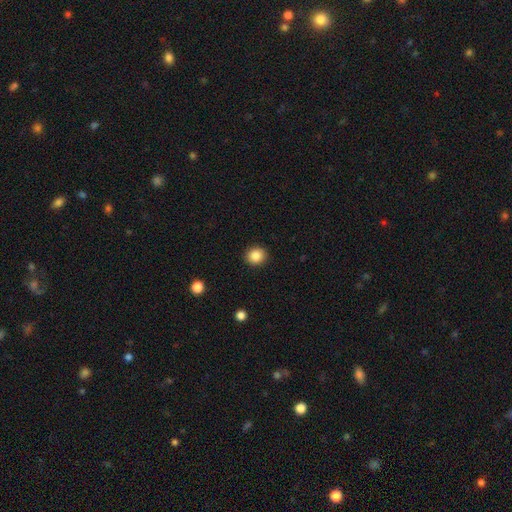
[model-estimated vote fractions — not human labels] smooth_or_featured: smooth (p=0.86) [alt: star or artifact p=0.09]
how_rounded: round (p=0.80) [alt: in between p=0.19]
merging: none (p=0.92) [alt: minor disturbance p=0.06]